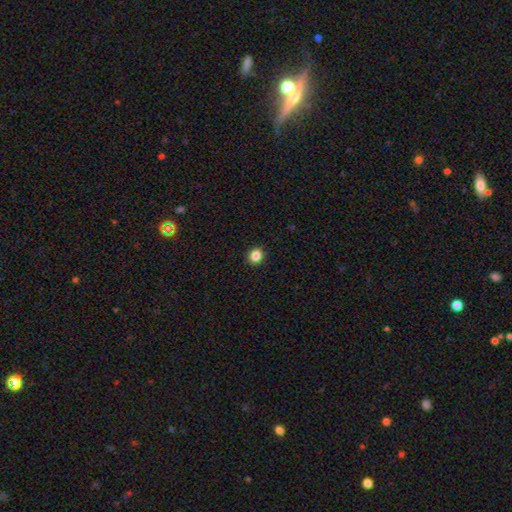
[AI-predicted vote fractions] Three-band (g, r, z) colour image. It shows a smooth galaxy with no disk features (85%) that is round (77%). Merging: none (92%).